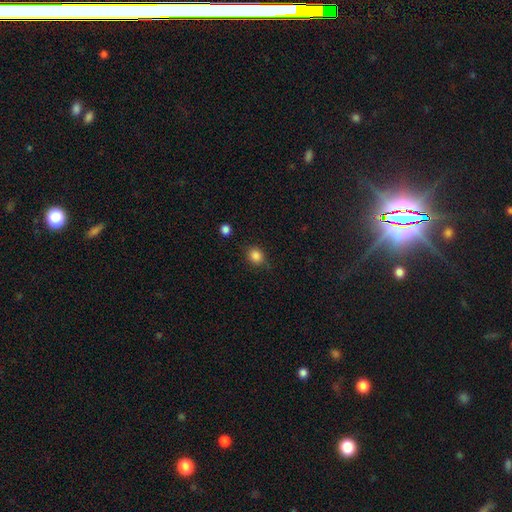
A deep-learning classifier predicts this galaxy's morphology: Overall: smooth (86%). How rounded: round (69%; in between 30%). Merging: none (79%).